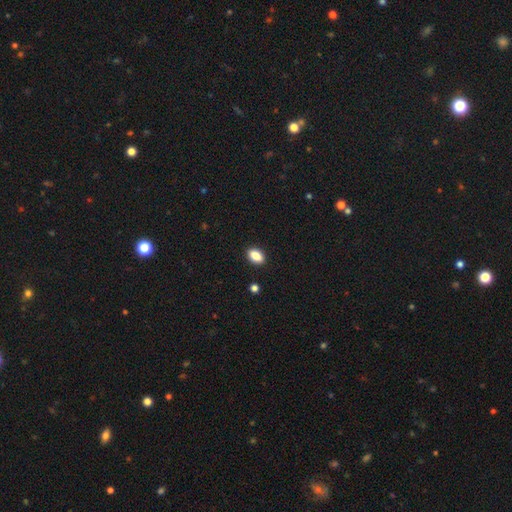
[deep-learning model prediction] smooth_or_featured: smooth (p=0.88) [alt: star or artifact p=0.08]
how_rounded: in between (p=0.88) [alt: round p=0.10]
merging: none (p=0.90) [alt: minor disturbance p=0.07]